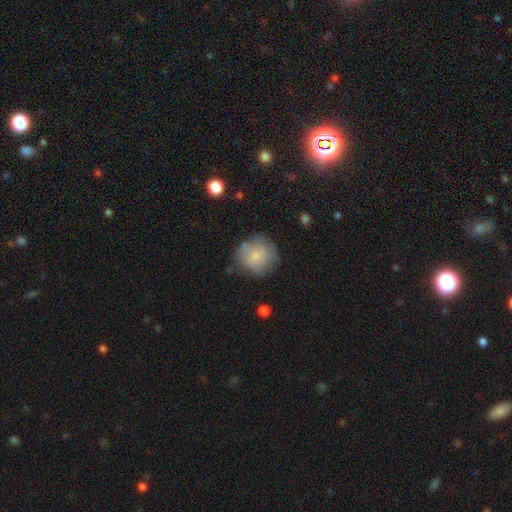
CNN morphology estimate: smooth_or_featured: smooth (p=0.76) [alt: featured or disk p=0.16]
how_rounded: round (p=0.91) [alt: in between p=0.08]
merging: none (p=0.69) [alt: minor disturbance p=0.21]